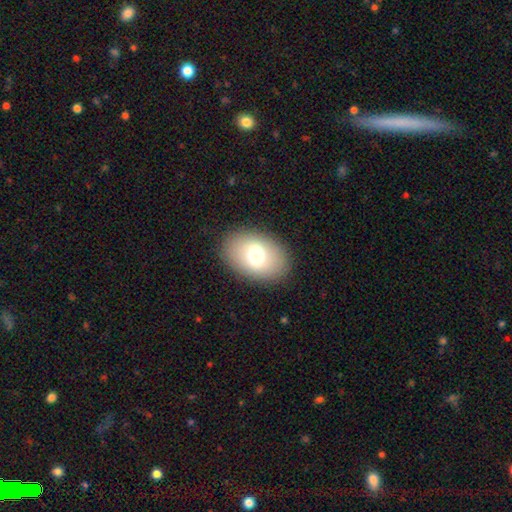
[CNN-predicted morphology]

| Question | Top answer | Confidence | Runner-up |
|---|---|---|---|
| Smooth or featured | smooth | 69% | featured or disk (22%) |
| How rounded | in between | 83% | round (16%) |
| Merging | none | 87% | minor disturbance (8%) |